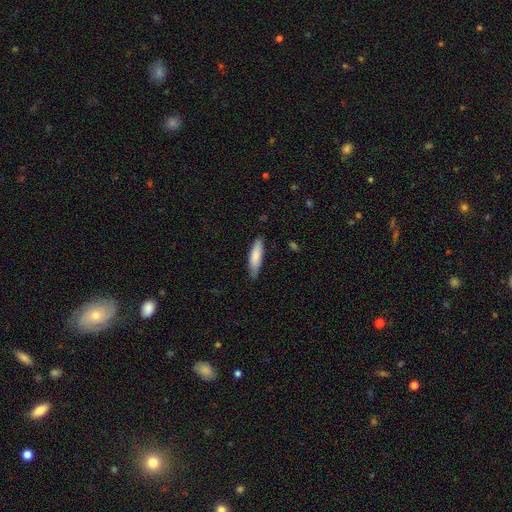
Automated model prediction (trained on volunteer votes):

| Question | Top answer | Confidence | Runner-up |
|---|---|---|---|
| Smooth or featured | smooth | 82% | featured or disk (13%) |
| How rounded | cigar-shaped | 61% | in between (37%) |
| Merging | none | 79% | minor disturbance (18%) |